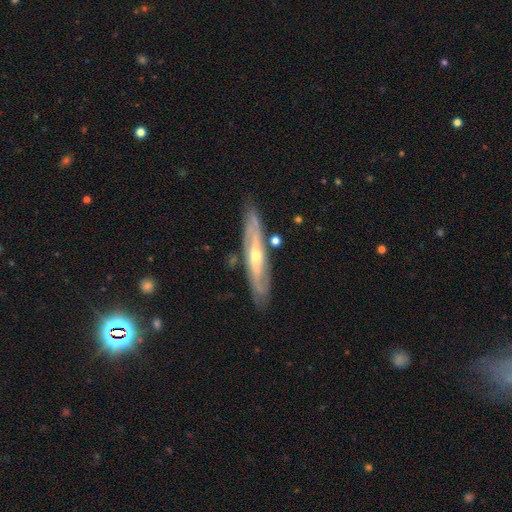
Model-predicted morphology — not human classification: Smooth or featured? Predicted: featured or disk (p=0.77). Edge-on disk? Predicted: yes (p=0.57). Merging? Predicted: none (p=0.82).